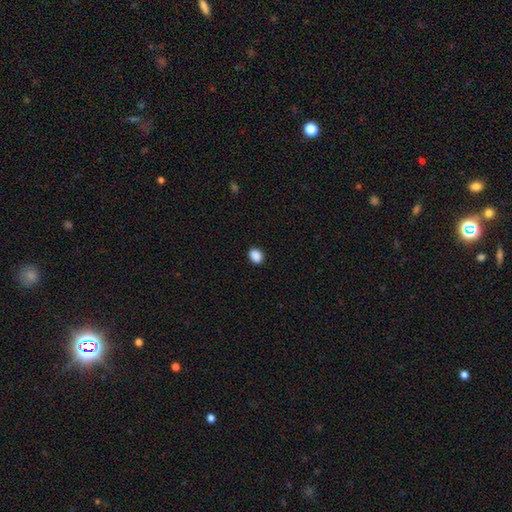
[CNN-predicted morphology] Smooth or featured? Predicted: smooth (p=0.89). How rounded? Predicted: round (p=0.50). Merging? Predicted: none (p=0.90).